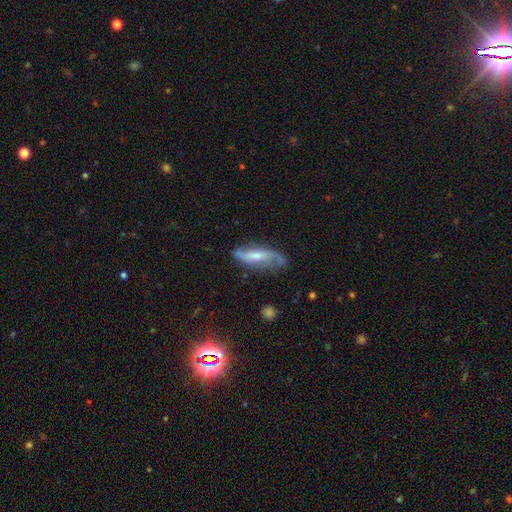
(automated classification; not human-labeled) A featured or disk galaxy (67%) with a weak bar (40%), spiral arms (89%) and a moderate central bulge (47%).

Vote fractions:
- Smooth or featured? featured or disk: 67% / smooth: 26% / star or artifact: 7%
- Edge-on disk? no: 78% / yes: 22%
- Bar? weak: 40% / no: 34% / strong: 26%
- Spiral arms? yes: 89% / no: 11%
- Bulge size? moderate: 47% / small: 38% / none: 7% / large: 6% / dominant: 2%
- Merging? none: 62% / minor disturbance: 25% / major disturbance: 10% / merger: 3%